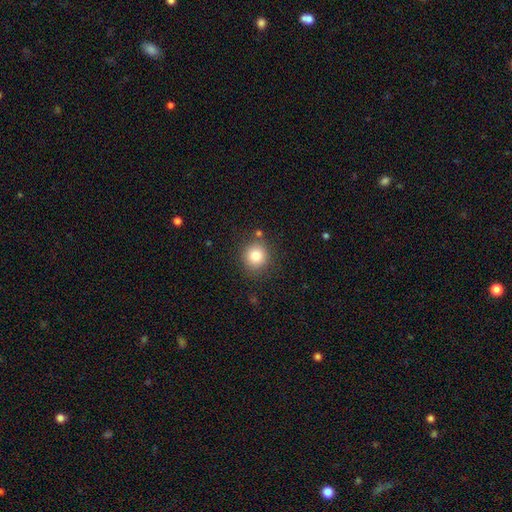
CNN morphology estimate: Overall: smooth (82%). How rounded: round (90%). Merging: none (84%).